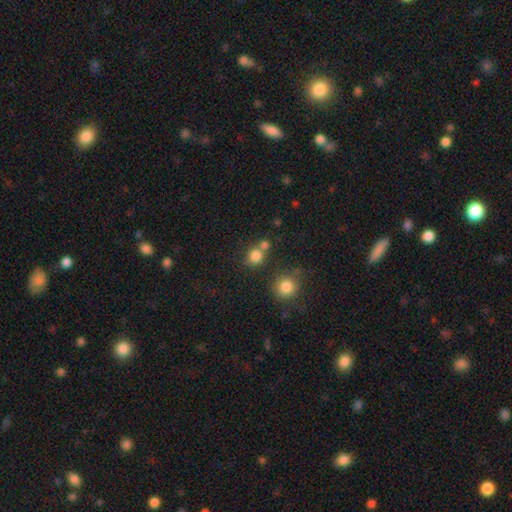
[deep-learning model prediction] smooth_or_featured: smooth (p=0.80) [alt: star or artifact p=0.13]
how_rounded: round (p=0.83) [alt: in between p=0.15]
merging: none (p=0.60) [alt: merger p=0.26]